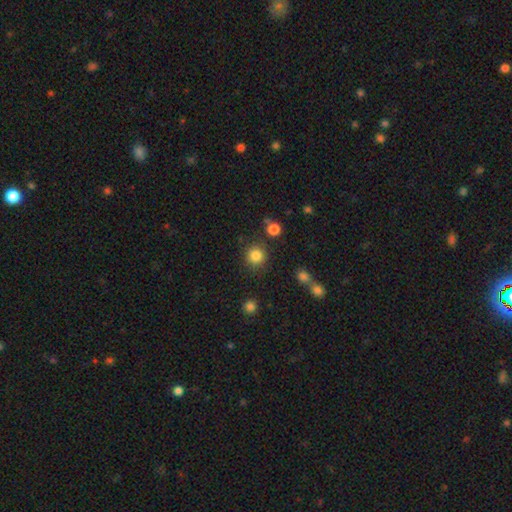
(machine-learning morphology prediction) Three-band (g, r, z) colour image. It shows a smooth galaxy with no disk features (84%) that is round (93%). Merging: none (86%).